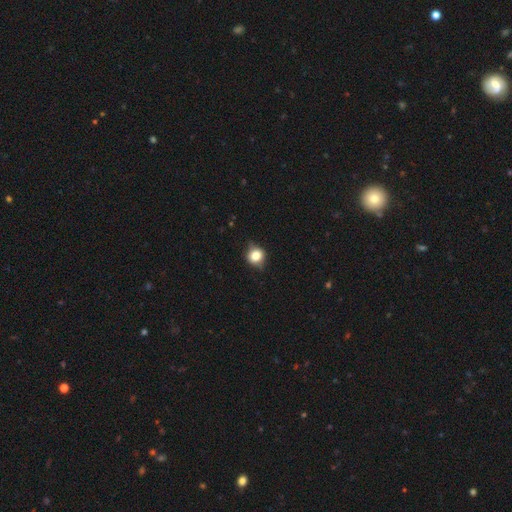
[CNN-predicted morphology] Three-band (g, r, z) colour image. It shows a smooth galaxy with no disk features (75%) that is round (77%). Merging: none (74%).